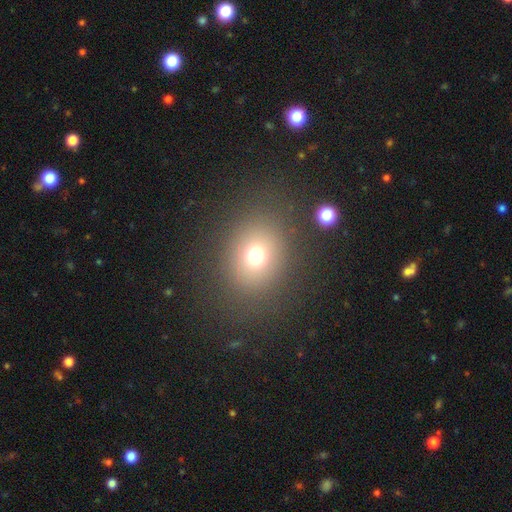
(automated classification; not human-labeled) smooth 71%, star or artifact 18%, featured or disk 11%. Down the decision tree: how rounded — round (60%); merging — none (82%).